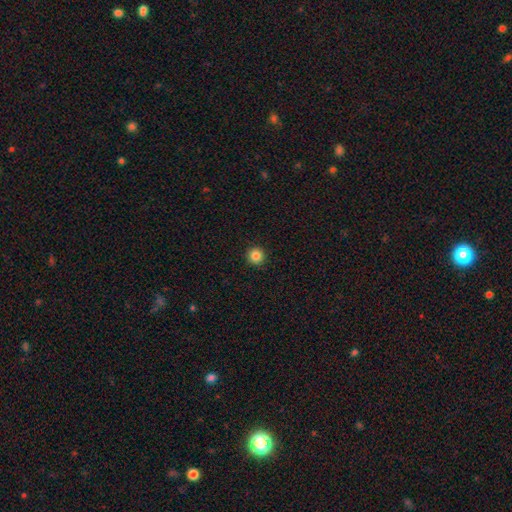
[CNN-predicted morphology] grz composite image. It shows a smooth galaxy with no disk features (85%) that is round (96%). Merging: none (93%).